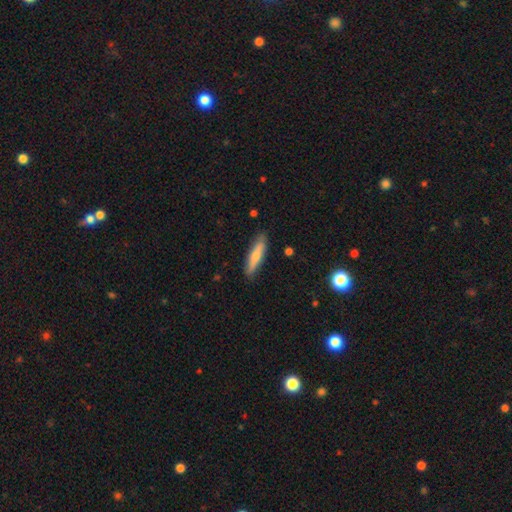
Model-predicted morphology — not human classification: The model was most divided on "smooth or featured": smooth: 70%, featured or disk: 25%, star or artifact: 5%. More confident: merging — none (85%); how rounded — cigar-shaped (79%).